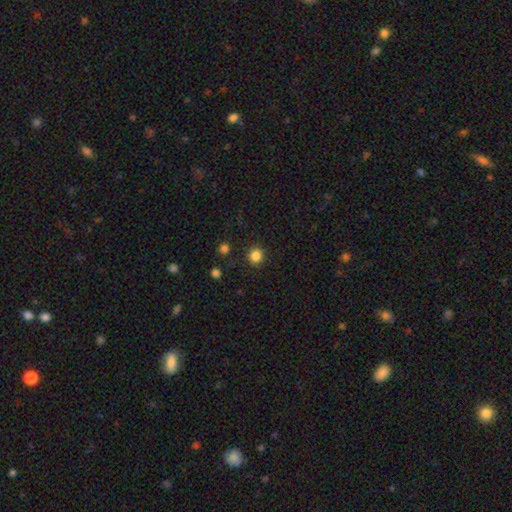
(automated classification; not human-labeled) Smooth or featured?
  - smooth: 84% *
  - star or artifact: 12%
  - featured or disk: 4%
How rounded?
  - round: 92% *
  - in between: 7%
  - cigar-shaped: 1%
Merging?
  - none: 90% *
  - minor disturbance: 6%
  - major disturbance: 2%
  - merger: 2%